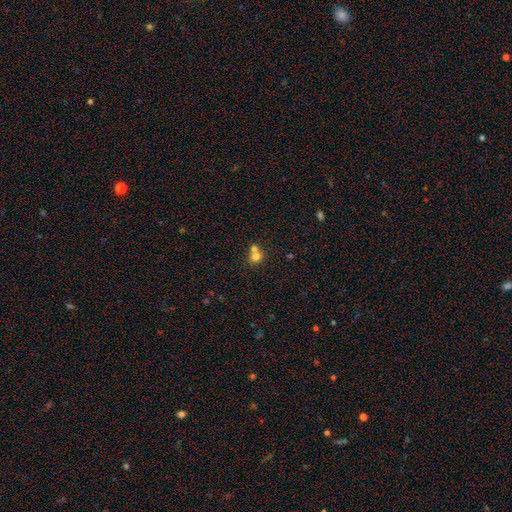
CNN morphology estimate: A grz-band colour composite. It shows a smooth galaxy with no disk features (74%) that is round (82%). Merging: merger (52%).